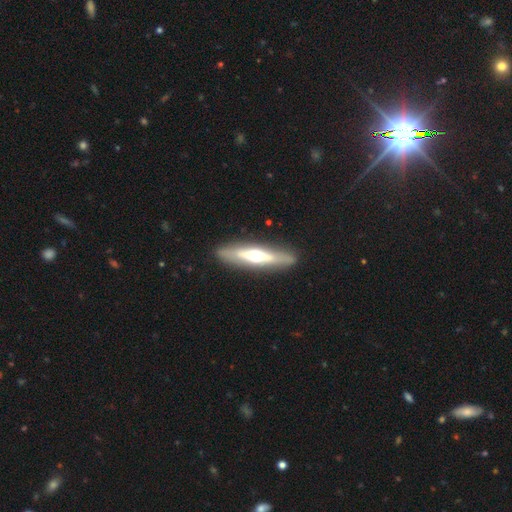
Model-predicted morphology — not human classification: This appears to be a featured or disk galaxy (60%) viewed edge-on (88%) with a rounded central bulge (88%). Merging: none (88%).